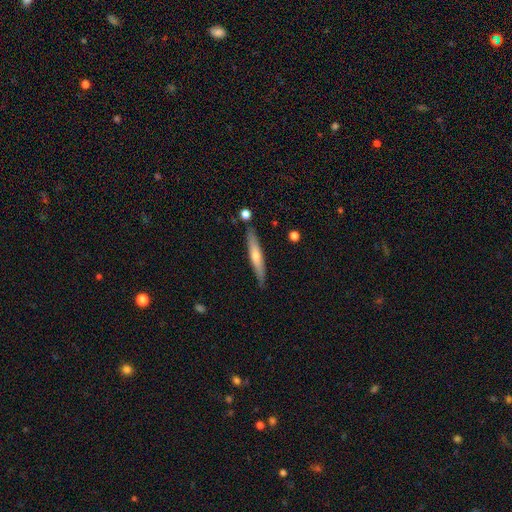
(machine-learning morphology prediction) smooth 49%, featured or disk 46%, star or artifact 6%. Down the decision tree: merging — none (83%).